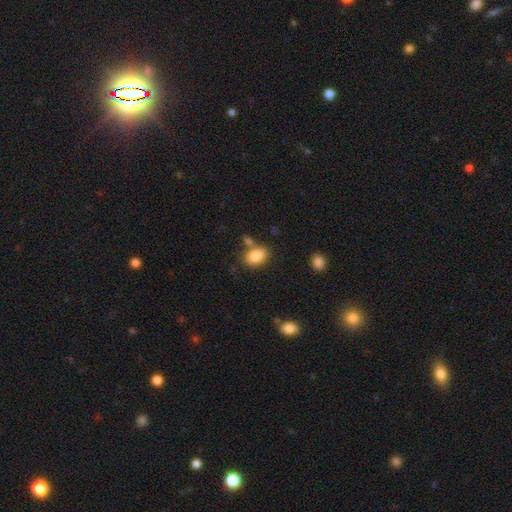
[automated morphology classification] The model was most divided on "merging": none: 64%, merger: 16%, minor disturbance: 15%, major disturbance: 5%. More confident: how rounded — in between (89%); smooth or featured — smooth (86%).